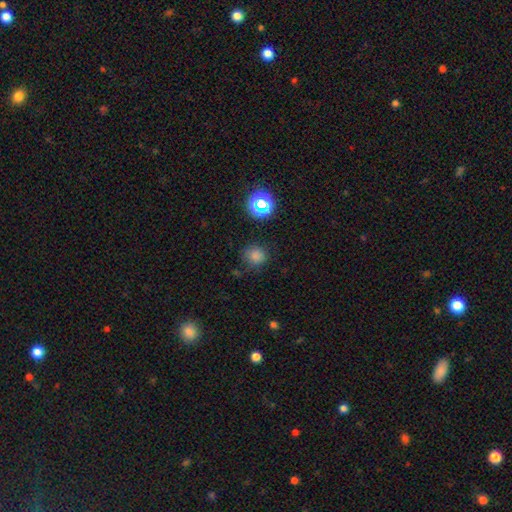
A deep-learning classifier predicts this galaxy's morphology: A smooth galaxy with no disk features (76%) that is round (87%). Merging: none (76%).